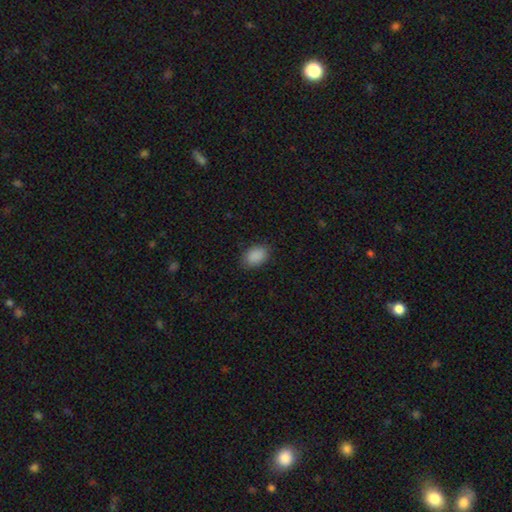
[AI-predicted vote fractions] Q: Smooth or featured?
A: smooth (89%); runner-up: star or artifact (8%)
Q: How rounded?
A: in between (83%); runner-up: round (16%)
Q: Merging?
A: none (84%); runner-up: minor disturbance (12%)